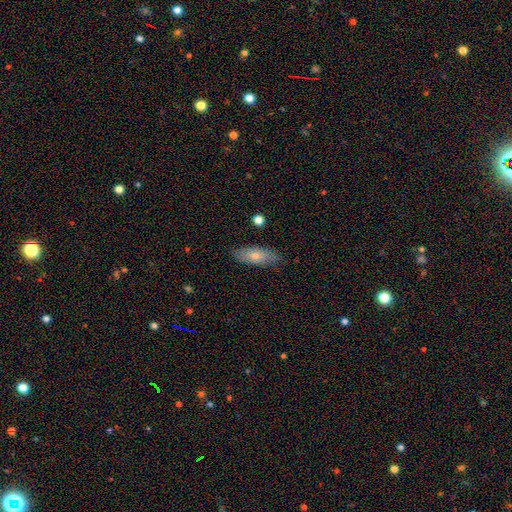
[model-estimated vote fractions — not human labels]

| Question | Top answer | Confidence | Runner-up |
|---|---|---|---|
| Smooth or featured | smooth | 68% | featured or disk (25%) |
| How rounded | in between | 74% | cigar-shaped (23%) |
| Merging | none | 79% | minor disturbance (16%) |